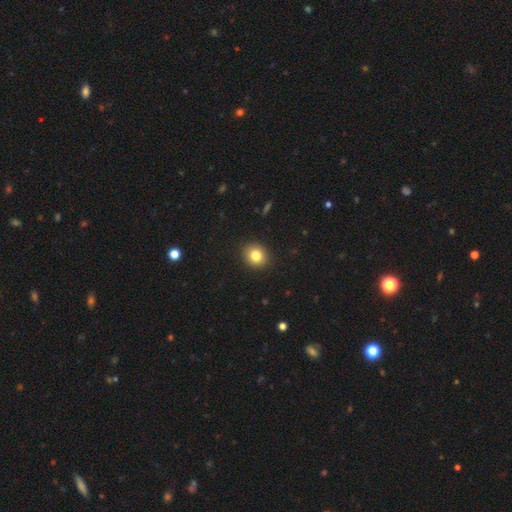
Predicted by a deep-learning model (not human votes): Overall: smooth (82%). How rounded: round (76%). Merging: none (91%).